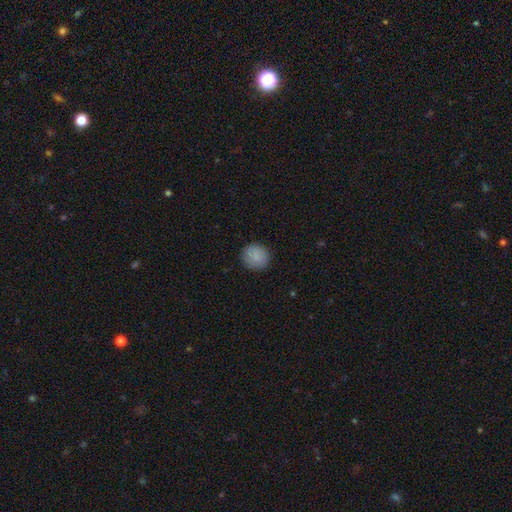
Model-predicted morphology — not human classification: The model was most divided on "smooth or featured": smooth: 86%, star or artifact: 7%, featured or disk: 6%. More confident: how rounded — round (90%); merging — none (88%).